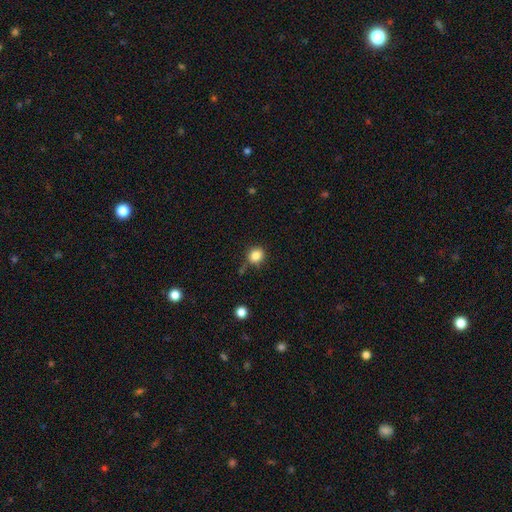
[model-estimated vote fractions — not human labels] Morphology: type=smooth (84%); roundness=round (85%); merging=none (77%).